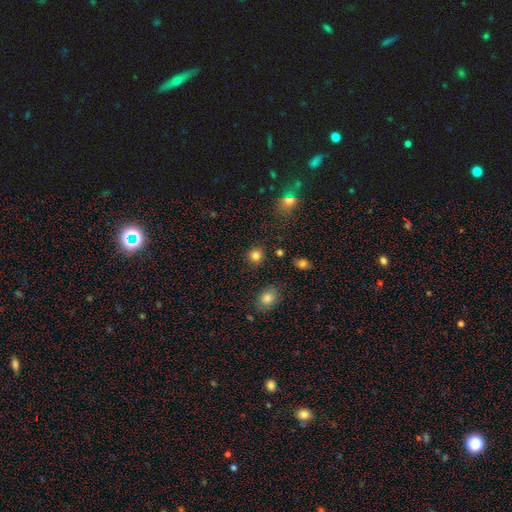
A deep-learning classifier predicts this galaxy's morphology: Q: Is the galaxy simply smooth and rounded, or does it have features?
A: smooth — 83%.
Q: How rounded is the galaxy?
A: round — 88%.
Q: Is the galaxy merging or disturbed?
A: none — 88%.